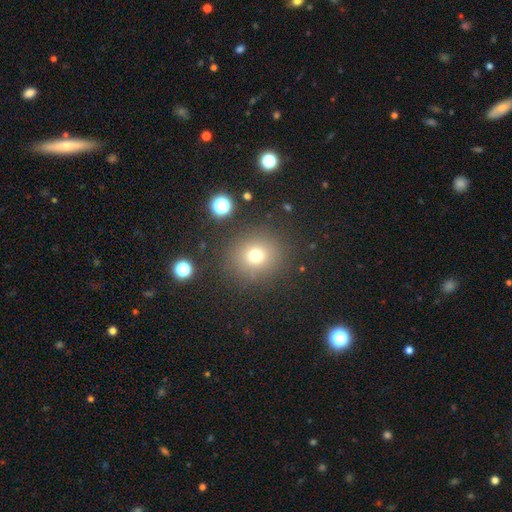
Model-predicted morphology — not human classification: A smooth galaxy with no disk features (72%) that is round (88%). Merging: none (86%).